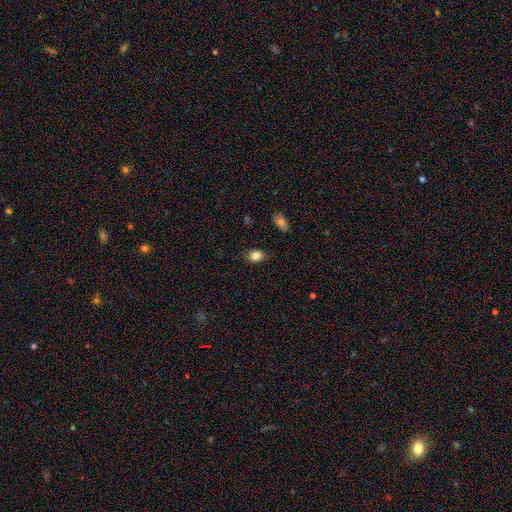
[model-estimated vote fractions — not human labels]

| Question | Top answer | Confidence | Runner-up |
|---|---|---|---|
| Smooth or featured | smooth | 84% | star or artifact (9%) |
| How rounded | in between | 71% | round (28%) |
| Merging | none | 82% | minor disturbance (14%) |